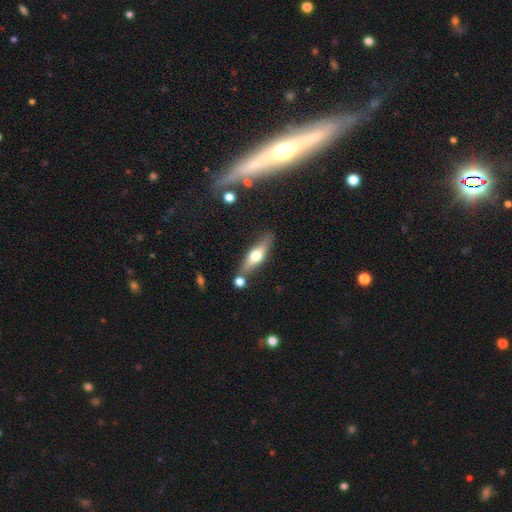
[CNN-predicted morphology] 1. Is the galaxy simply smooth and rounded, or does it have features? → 49% featured or disk, 45% smooth, 7% star or artifact.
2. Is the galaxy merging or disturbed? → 75% none, 12% minor disturbance, 10% merger, 3% major disturbance.